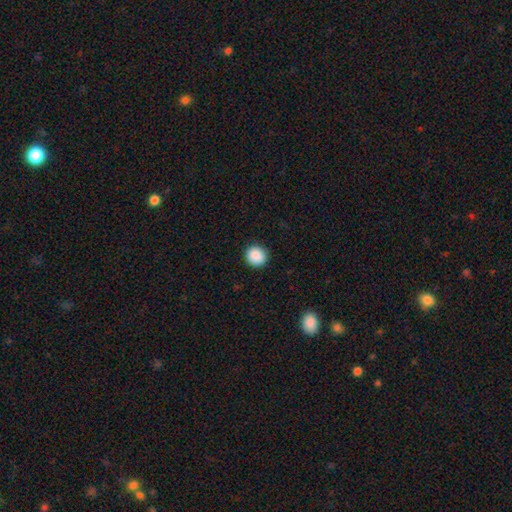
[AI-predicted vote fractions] A smooth galaxy with no disk features (89%) that is round (91%). Merging: none (91%).